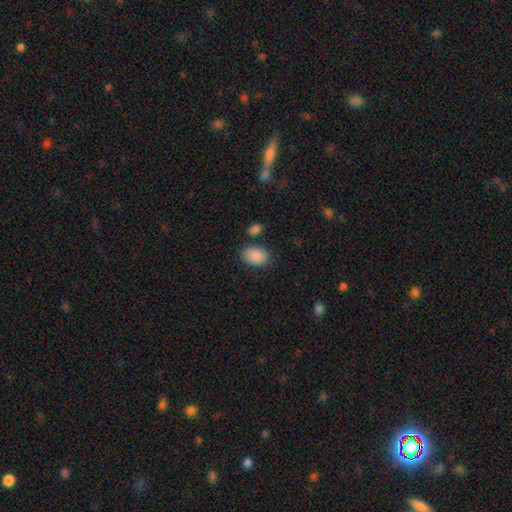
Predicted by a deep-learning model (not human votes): Smooth or featured? smooth (89%)
How rounded? in between (84%)
Merging? none (76%)